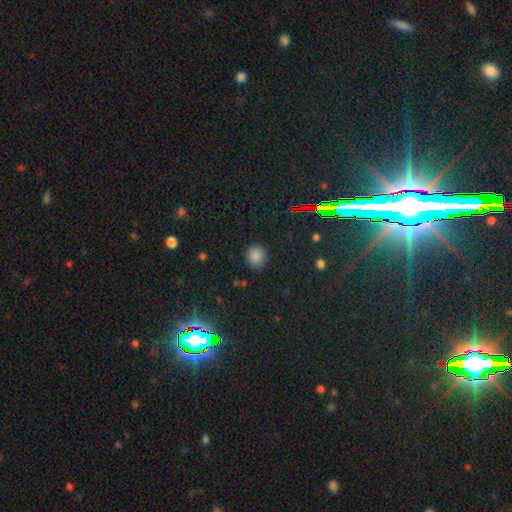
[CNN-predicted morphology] Overall: smooth (83%). How rounded: round (84%). Merging: none (87%).